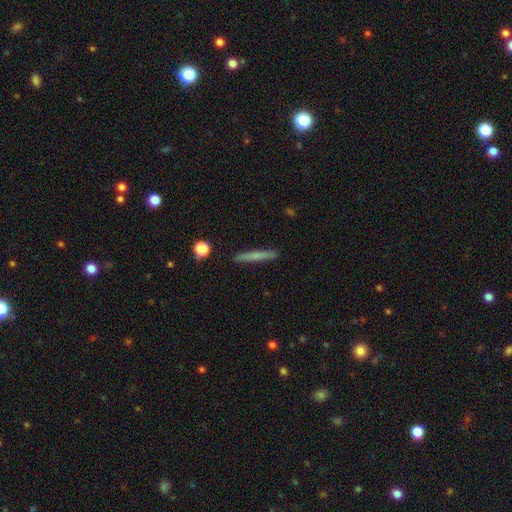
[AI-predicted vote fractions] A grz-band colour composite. It shows a smooth galaxy with no disk features (66%) that is cigar-shaped (95%). Merging: none (91%).